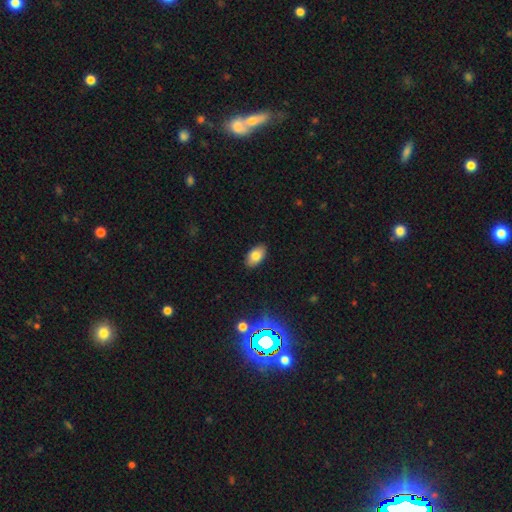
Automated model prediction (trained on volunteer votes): A smooth galaxy with no disk features (79%) that is in between round and cigar-shaped (93%). Merging: none (88%).